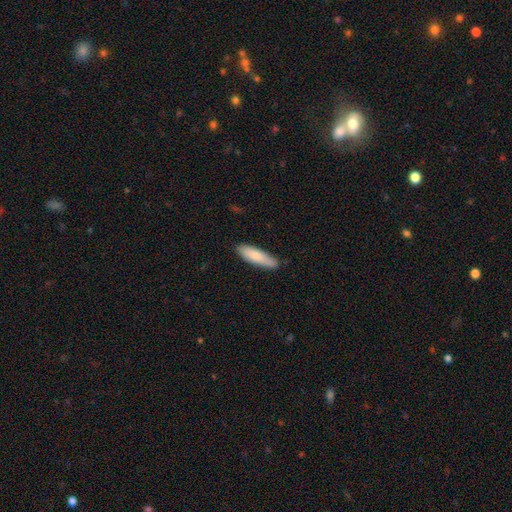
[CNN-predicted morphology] Q: Smooth or featured?
A: smooth (80%); runner-up: featured or disk (15%)
Q: How rounded?
A: cigar-shaped (62%); runner-up: in between (37%)
Q: Merging?
A: none (81%); runner-up: minor disturbance (15%)